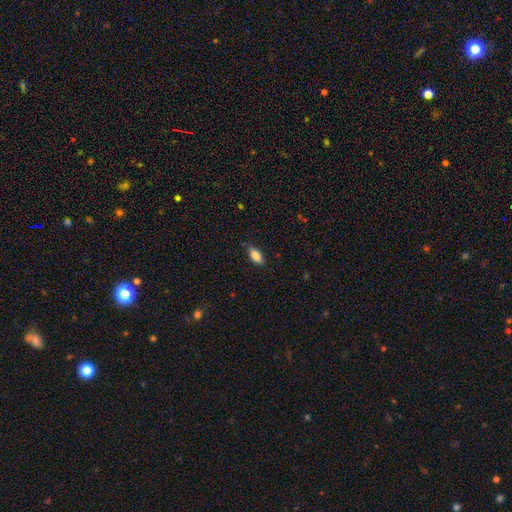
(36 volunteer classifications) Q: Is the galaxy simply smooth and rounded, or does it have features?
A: smooth — 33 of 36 (92%).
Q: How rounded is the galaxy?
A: in between — 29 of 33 (88%).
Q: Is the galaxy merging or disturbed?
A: none — 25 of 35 (71%).